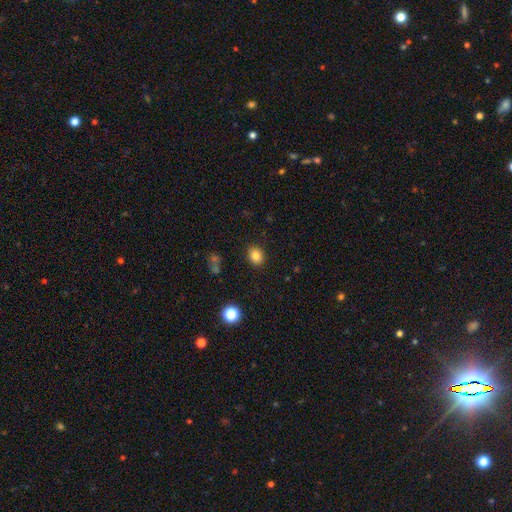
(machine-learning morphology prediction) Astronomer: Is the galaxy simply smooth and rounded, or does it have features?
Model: smooth — 82%.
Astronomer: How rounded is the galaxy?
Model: round — 58% (runner-up: in between, 42%).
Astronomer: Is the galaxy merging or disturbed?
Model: none — 88%.